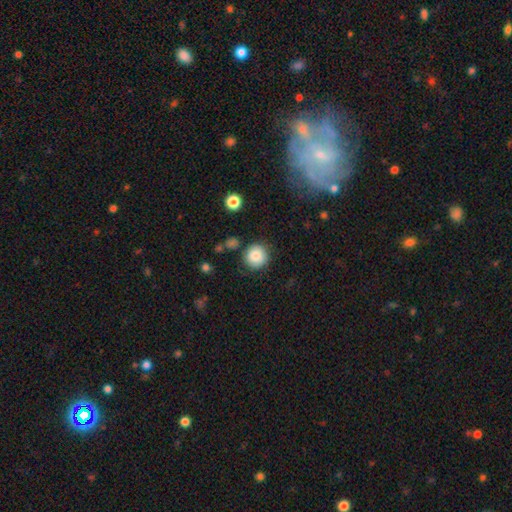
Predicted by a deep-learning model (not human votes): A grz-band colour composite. It shows a smooth galaxy with no disk features (85%) that is round (92%). Merging: none (84%).